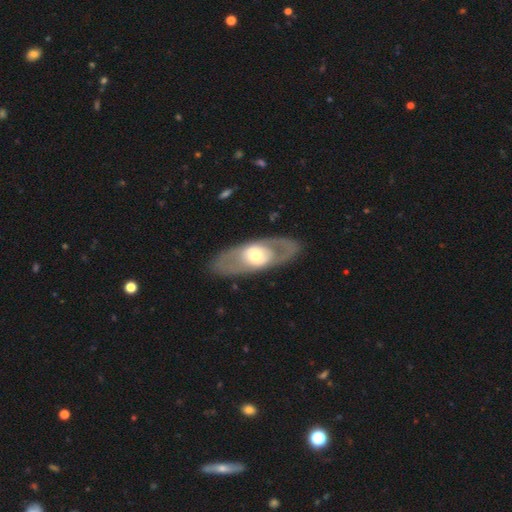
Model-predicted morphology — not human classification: Q: Smooth or featured?
A: featured or disk (64%); runner-up: smooth (32%)
Q: Edge-on disk?
A: no (83%); runner-up: yes (17%)
Q: Bar?
A: no (78%); runner-up: weak (14%)
Q: Spiral arms?
A: no (79%); runner-up: yes (21%)
Q: Bulge size?
A: moderate (59%); runner-up: large (20%)
Q: Merging?
A: none (82%); runner-up: minor disturbance (10%)